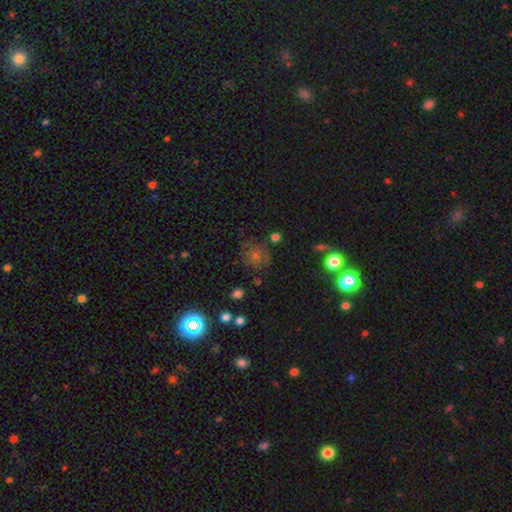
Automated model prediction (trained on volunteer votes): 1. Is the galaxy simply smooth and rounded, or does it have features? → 49% smooth, 33% star or artifact, 18% featured or disk.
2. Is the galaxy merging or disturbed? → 74% none, 16% minor disturbance, 7% major disturbance, 3% merger.